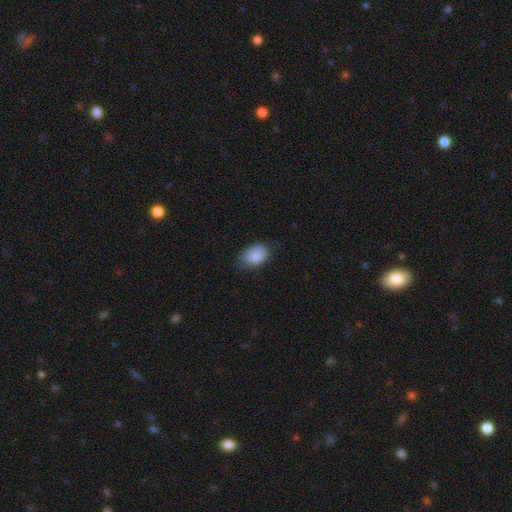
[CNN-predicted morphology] type=smooth (87%); roundness=in between (78%); merging=none (66%).